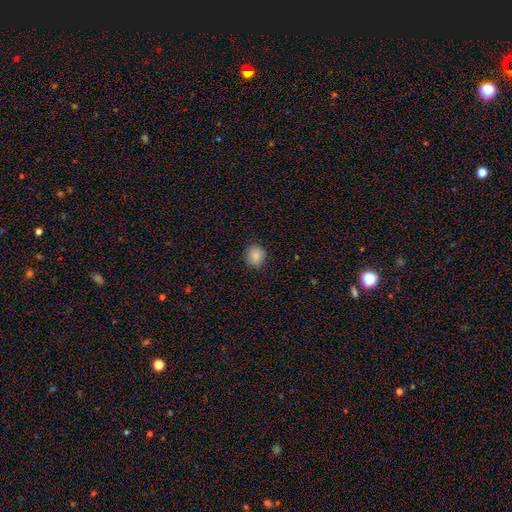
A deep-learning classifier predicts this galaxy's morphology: smooth_or_featured: smooth (p=0.87) [alt: star or artifact p=0.09]
how_rounded: round (p=0.80) [alt: in between p=0.20]
merging: none (p=0.87) [alt: minor disturbance p=0.09]